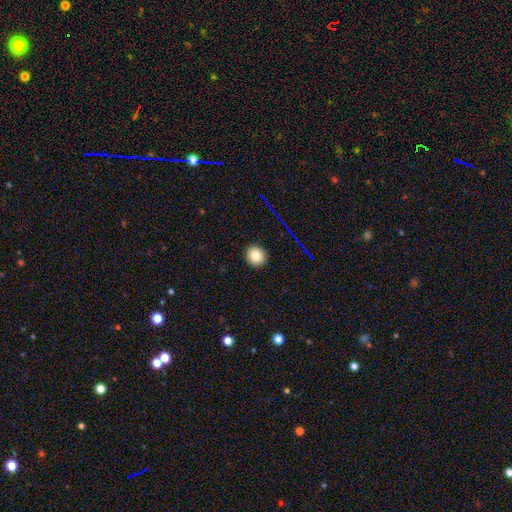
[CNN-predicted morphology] The model was most divided on "smooth or featured": smooth: 80%, star or artifact: 12%, featured or disk: 8%. More confident: merging — none (92%); how rounded — round (91%).